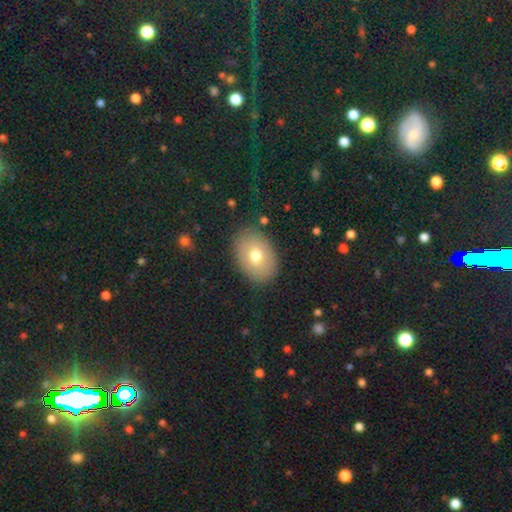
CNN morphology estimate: Overall: smooth (71%). How rounded: in between (77%). Merging: none (86%).